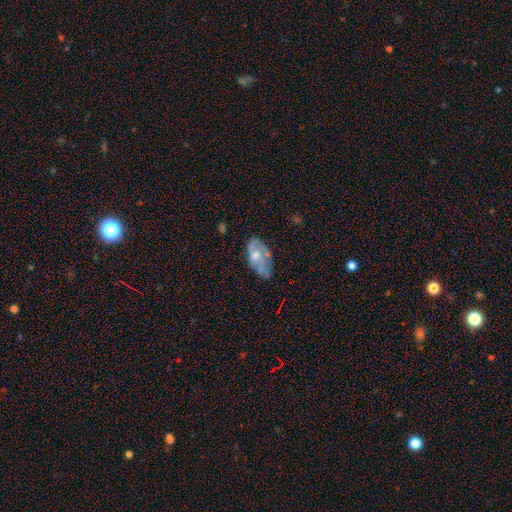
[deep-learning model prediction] Q: Smooth or featured?
A: featured or disk (50%); runner-up: smooth (42%)
Q: Merging?
A: none (49%); runner-up: minor disturbance (34%)